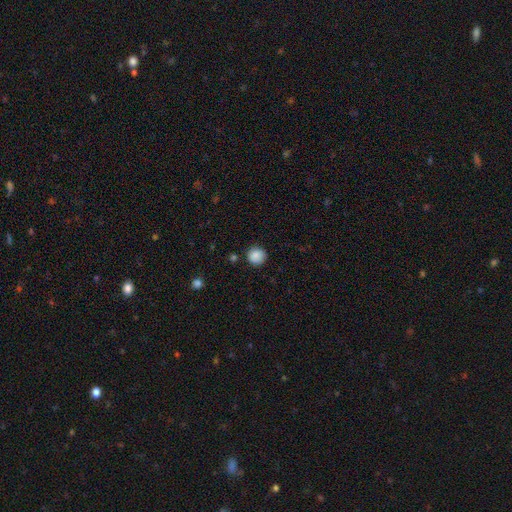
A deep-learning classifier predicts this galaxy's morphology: A smooth galaxy with no disk features (88%) that is round (93%).

Vote fractions:
- Smooth or featured? smooth: 88% / star or artifact: 9% / featured or disk: 3%
- How rounded? round: 93% / in between: 6% / cigar-shaped: 1%
- Merging? none: 87% / minor disturbance: 9% / major disturbance: 2% / merger: 2%